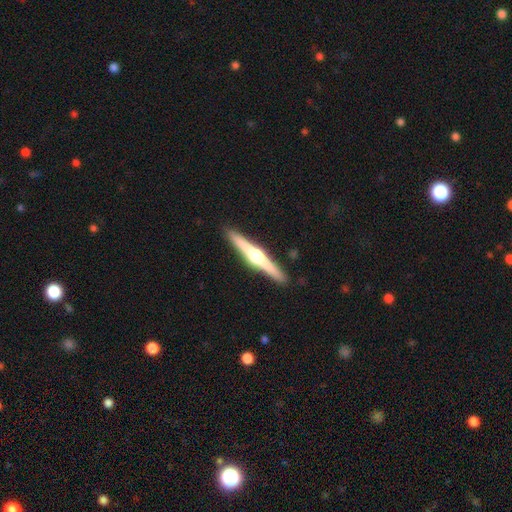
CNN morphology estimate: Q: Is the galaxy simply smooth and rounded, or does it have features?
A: featured or disk — 75%.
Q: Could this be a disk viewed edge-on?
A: yes — 98%.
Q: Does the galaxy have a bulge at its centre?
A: rounded — 93%.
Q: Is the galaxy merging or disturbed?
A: none — 91%.